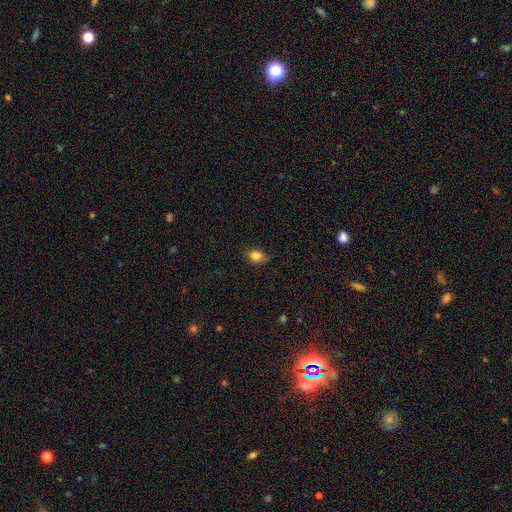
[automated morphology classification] smooth 84%, star or artifact 10%, featured or disk 6%. Down the decision tree: how rounded — in between (62%); merging — none (75%).